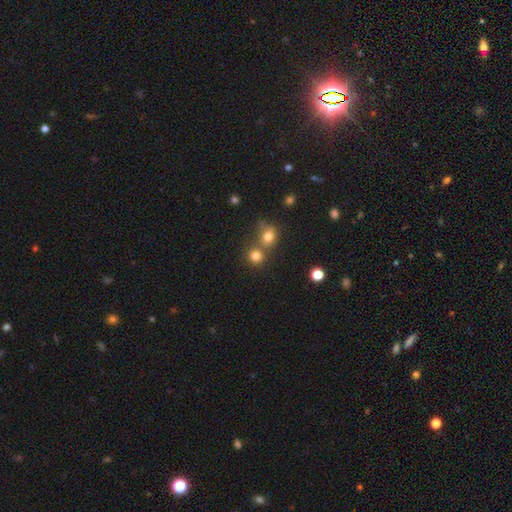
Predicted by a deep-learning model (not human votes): Q: Smooth or featured?
A: smooth (80%); runner-up: star or artifact (13%)
Q: How rounded?
A: round (85%); runner-up: in between (14%)
Q: Merging?
A: none (55%); runner-up: merger (34%)